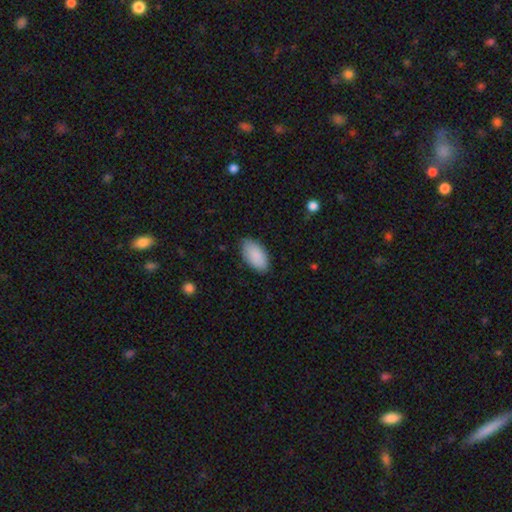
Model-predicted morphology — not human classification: A smooth galaxy with no disk features (89%) that is in between round and cigar-shaped (95%). Merging: none (84%).